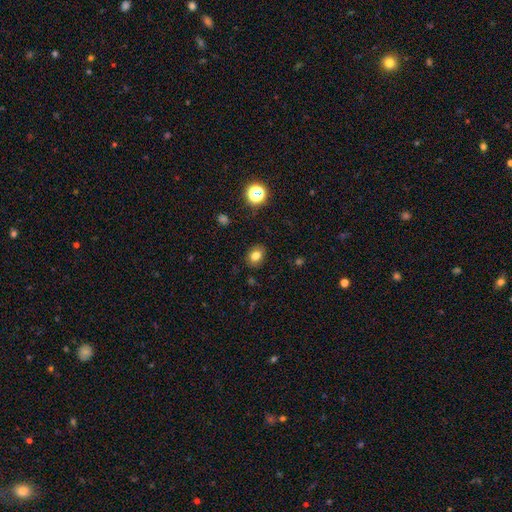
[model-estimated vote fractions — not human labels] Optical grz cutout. It shows a smooth galaxy with no disk features (78%) that is in between round and cigar-shaped (62%). Merging: none (86%).